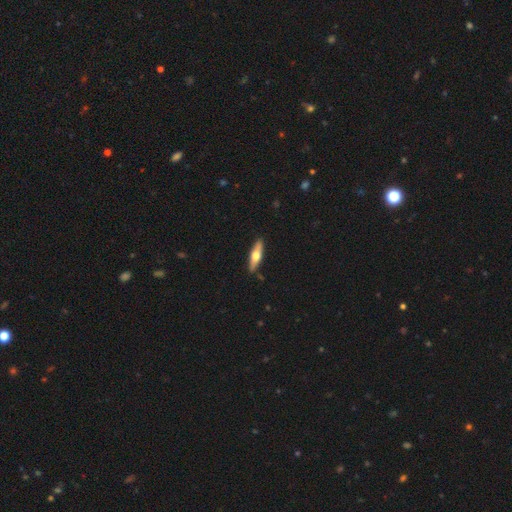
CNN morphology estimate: type=featured or disk (50%); merging=none (89%).